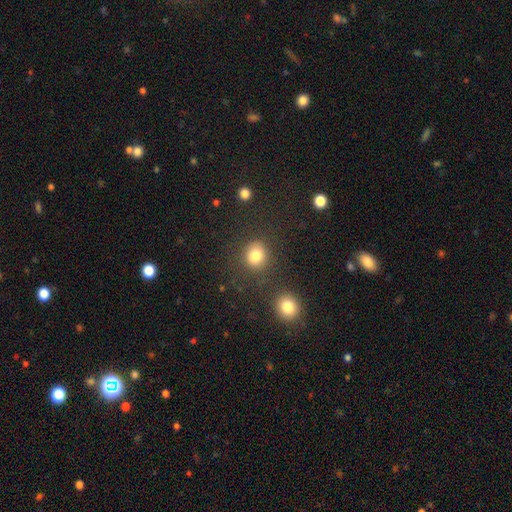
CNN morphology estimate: type=smooth (81%); roundness=round (79%); merging=none (81%).